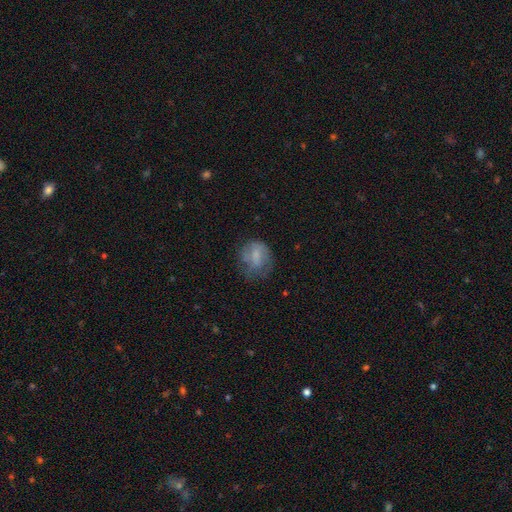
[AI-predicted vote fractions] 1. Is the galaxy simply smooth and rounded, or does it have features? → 57% smooth, 33% featured or disk, 9% star or artifact.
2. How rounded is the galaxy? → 63% round, 36% in between, 1% cigar-shaped.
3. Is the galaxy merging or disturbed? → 50% none, 28% minor disturbance, 21% major disturbance, 2% merger.